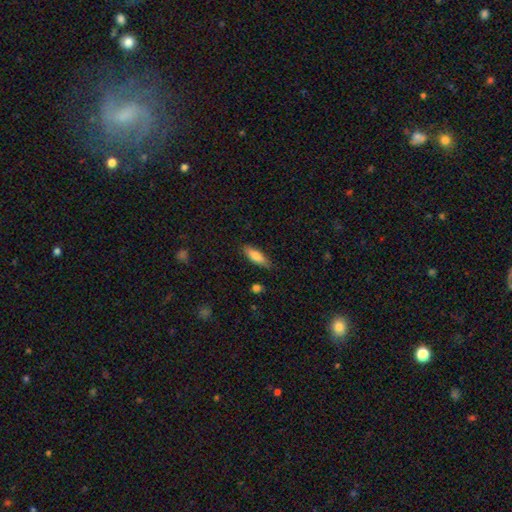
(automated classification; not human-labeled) Smooth or featured?
  - smooth: 77% *
  - featured or disk: 17%
  - star or artifact: 6%
How rounded?
  - in between: 57% *
  - cigar-shaped: 41%
  - round: 2%
Merging?
  - none: 82% *
  - minor disturbance: 14%
  - major disturbance: 2%
  - merger: 2%